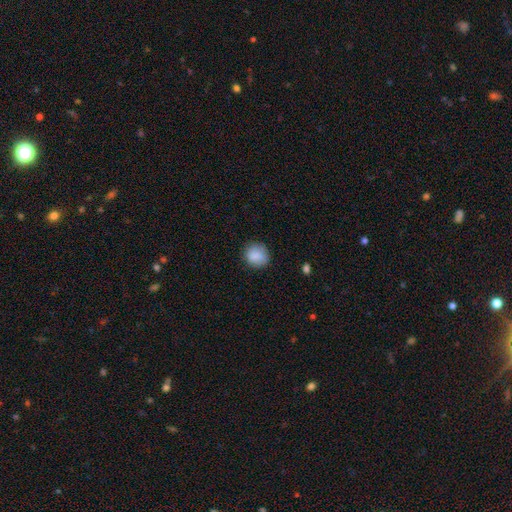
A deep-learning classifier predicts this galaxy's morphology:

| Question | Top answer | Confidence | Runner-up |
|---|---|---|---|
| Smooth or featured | smooth | 86% | star or artifact (8%) |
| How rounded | round | 80% | in between (19%) |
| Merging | none | 79% | minor disturbance (16%) |